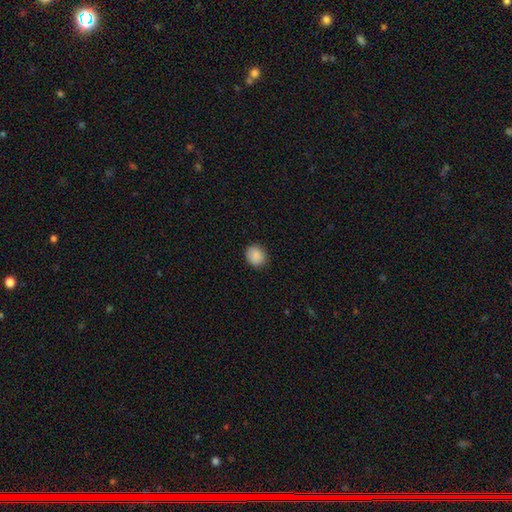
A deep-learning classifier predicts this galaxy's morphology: The model was most divided on "how rounded": round: 72%, in between: 27%, cigar-shaped: 1%. More confident: smooth or featured — smooth (89%); merging — none (88%).